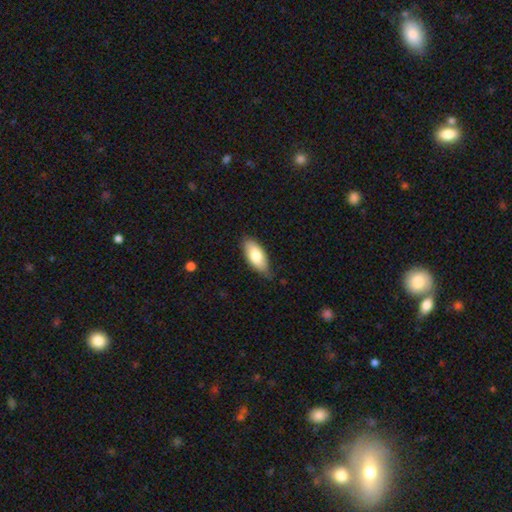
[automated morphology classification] smooth_or_featured: smooth (p=0.79) [alt: featured or disk p=0.16]
how_rounded: in between (p=0.87) [alt: cigar-shaped p=0.11]
merging: none (p=0.76) [alt: minor disturbance p=0.20]